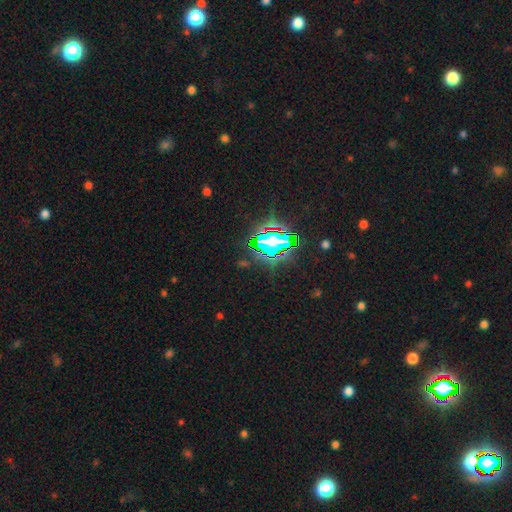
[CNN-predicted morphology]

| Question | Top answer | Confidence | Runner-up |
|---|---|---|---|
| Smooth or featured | star or artifact | 81% | smooth (11%) |